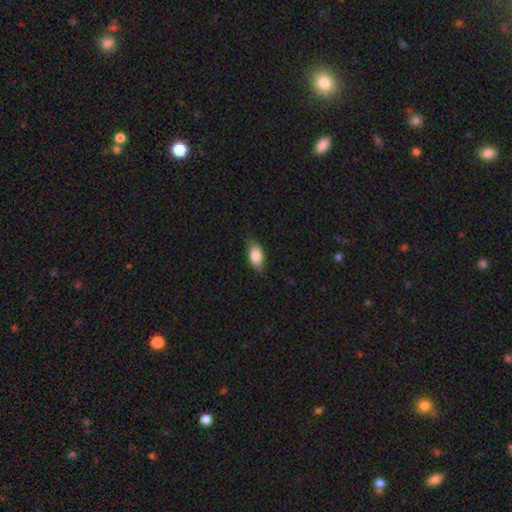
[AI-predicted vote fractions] This is clearly a smooth galaxy (84%). How rounded: clearly in between (90%). Merging: likely none (77%).